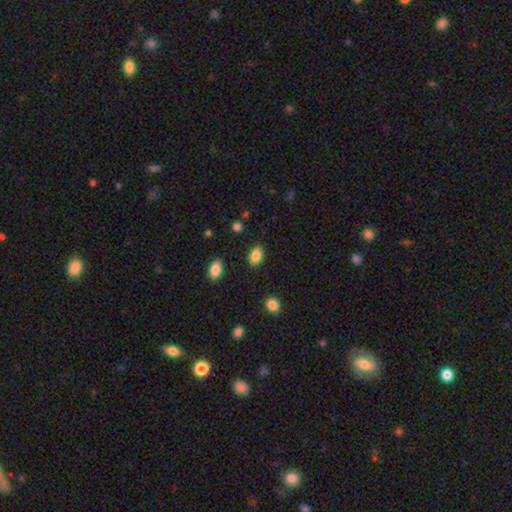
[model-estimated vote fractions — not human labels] A smooth galaxy with no disk features (87%) that is in between round and cigar-shaped (79%). Merging: none (86%).